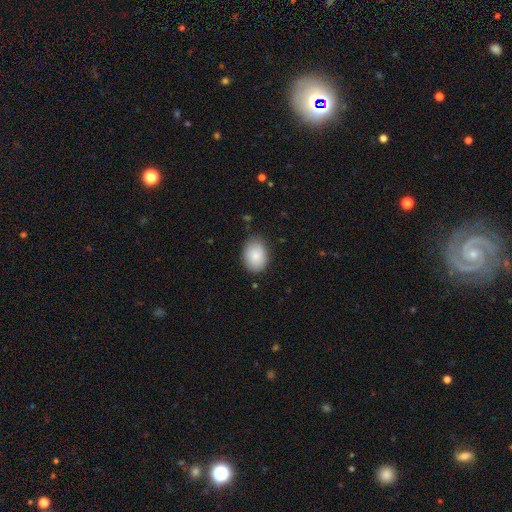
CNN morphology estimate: Overall: smooth (85%). How rounded: in between (73%). Merging: none (81%).